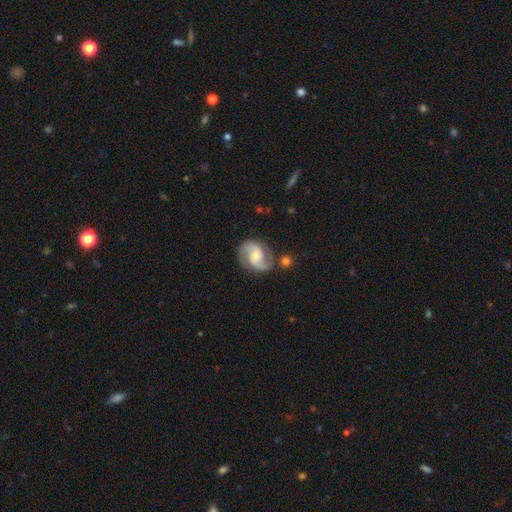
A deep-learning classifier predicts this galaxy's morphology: A featured or disk galaxy (87%) with no bar (52%), 2 (92%) medium (57%) spiral arms (97%) and a moderate central bulge (56%). Merging: none (75%).